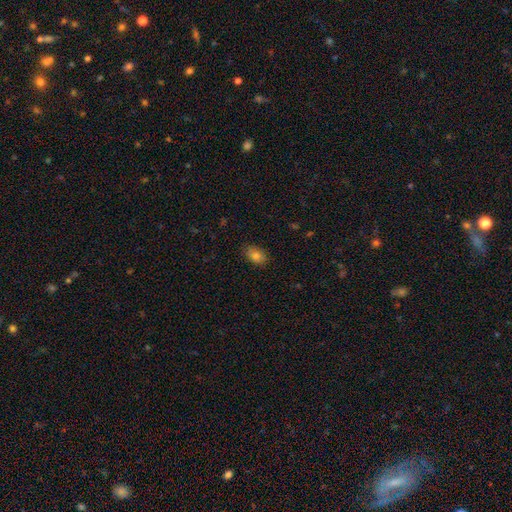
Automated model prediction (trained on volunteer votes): Smooth or featured?
  - smooth: 82% *
  - featured or disk: 9%
  - star or artifact: 9%
How rounded?
  - in between: 87% *
  - round: 12%
  - cigar-shaped: 2%
Merging?
  - none: 84% *
  - minor disturbance: 12%
  - major disturbance: 2%
  - merger: 1%